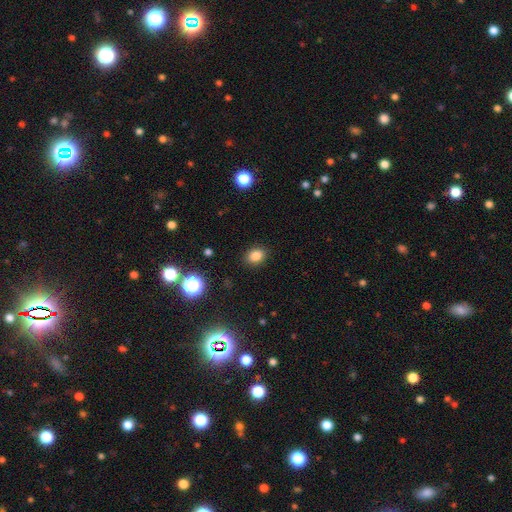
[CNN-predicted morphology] type=smooth (83%); roundness=in between (57%); merging=none (89%).